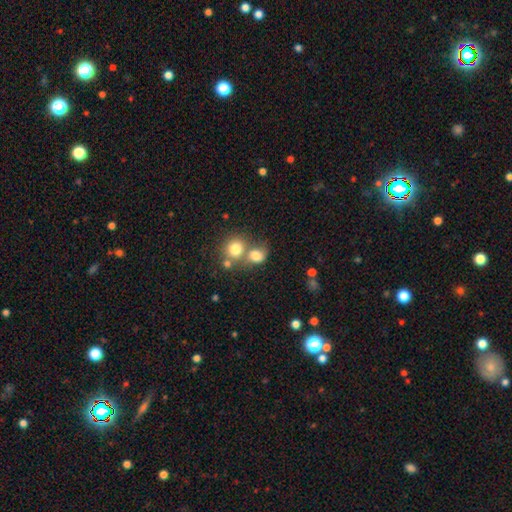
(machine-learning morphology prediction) Smooth or featured?
  - smooth: 77% *
  - star or artifact: 11%
  - featured or disk: 11%
How rounded?
  - round: 60% *
  - in between: 38%
  - cigar-shaped: 1%
Merging?
  - merger: 49% *
  - none: 35%
  - minor disturbance: 10%
  - major disturbance: 6%